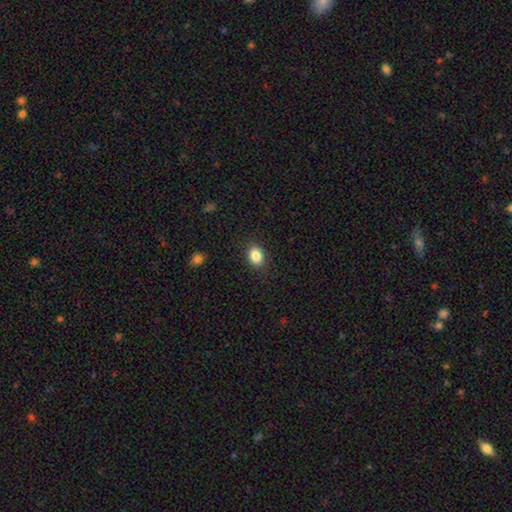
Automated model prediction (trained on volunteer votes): smooth_or_featured: smooth (p=0.86) [alt: star or artifact p=0.09]
how_rounded: in between (p=0.71) [alt: round p=0.28]
merging: none (p=0.87) [alt: minor disturbance p=0.09]